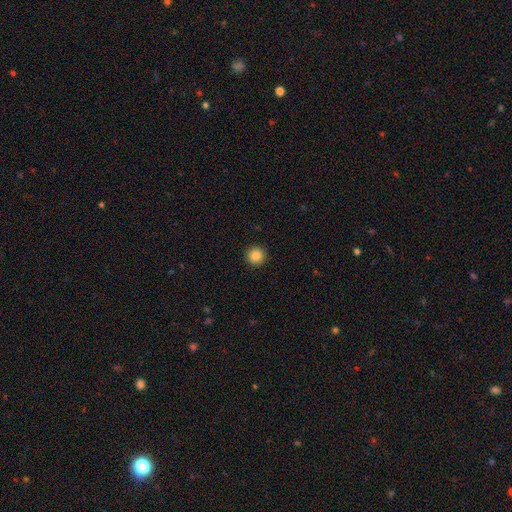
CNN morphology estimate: smooth_or_featured: smooth (p=0.86) [alt: star or artifact p=0.10]
how_rounded: round (p=0.95) [alt: in between p=0.04]
merging: none (p=0.93) [alt: minor disturbance p=0.05]